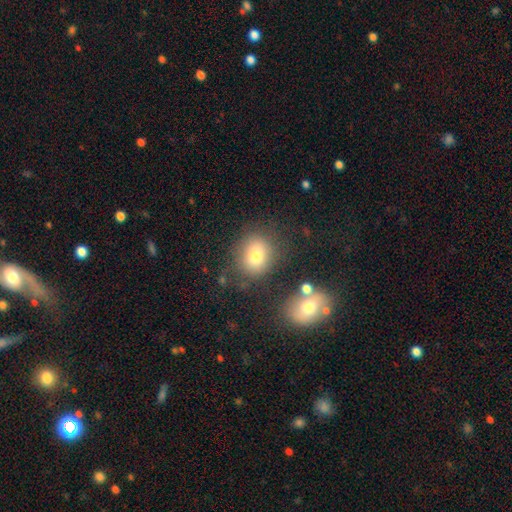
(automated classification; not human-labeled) Morphology: type=smooth (75%); roundness=round (70%); merging=none (74%).